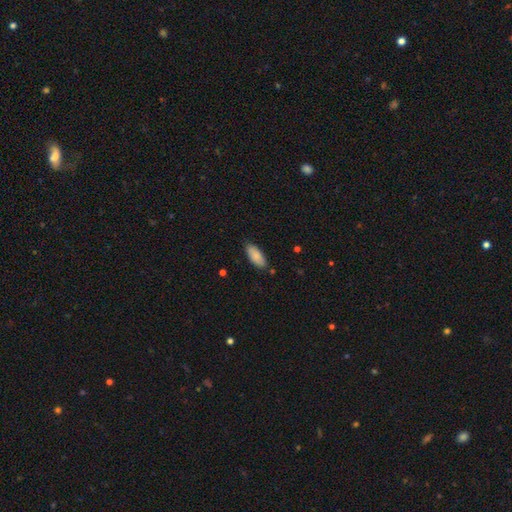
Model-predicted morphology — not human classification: smooth_or_featured: smooth (p=0.85) [alt: featured or disk p=0.09]
how_rounded: in between (p=0.85) [alt: cigar-shaped p=0.14]
merging: none (p=0.80) [alt: minor disturbance p=0.16]